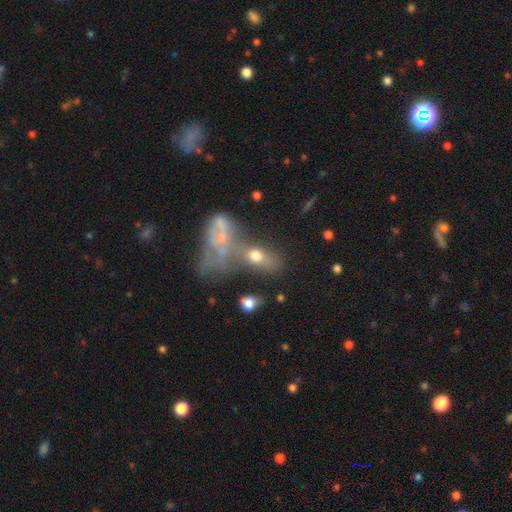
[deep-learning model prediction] smooth_or_featured: smooth (p=0.54) [alt: featured or disk p=0.29]
how_rounded: in between (p=0.77) [alt: round p=0.17]
merging: merger (p=0.48) [alt: none p=0.22]